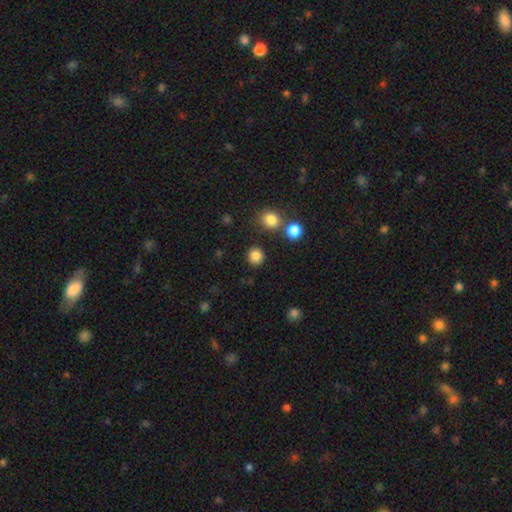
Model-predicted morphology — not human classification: Smooth or featured?
  - smooth: 84% *
  - star or artifact: 12%
  - featured or disk: 4%
How rounded?
  - round: 92% *
  - in between: 8%
  - cigar-shaped: 1%
Merging?
  - none: 88% *
  - minor disturbance: 6%
  - merger: 4%
  - major disturbance: 2%